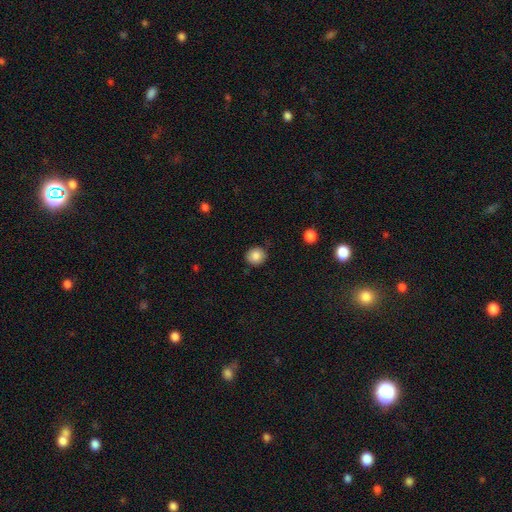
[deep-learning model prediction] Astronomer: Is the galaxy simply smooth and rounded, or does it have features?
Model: smooth — 86%.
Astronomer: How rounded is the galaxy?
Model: round — 84%.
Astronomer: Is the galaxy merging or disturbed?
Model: none — 84%.